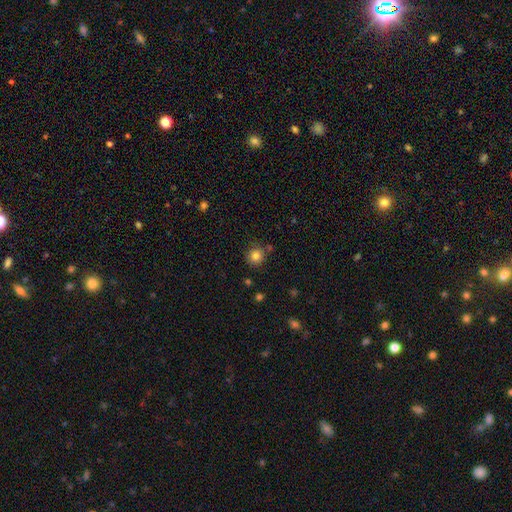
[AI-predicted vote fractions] smooth_or_featured: smooth (p=0.83) [alt: star or artifact p=0.11]
how_rounded: round (p=0.92) [alt: in between p=0.07]
merging: none (p=0.79) [alt: minor disturbance p=0.11]